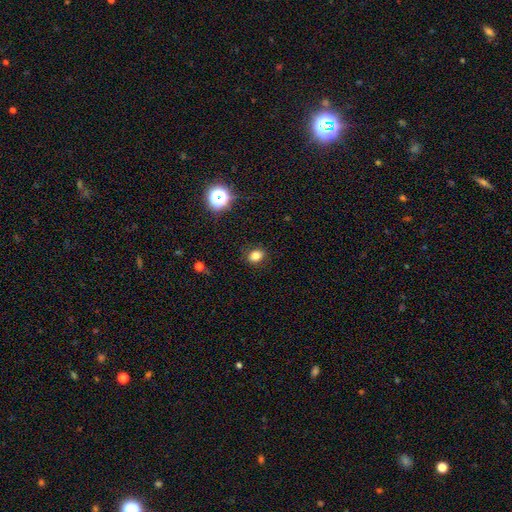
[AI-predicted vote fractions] smooth-or-featured: smooth: 80% | star or artifact: 14% | featured or disk: 6%
  how-rounded: round: 50% | in between: 49% | cigar-shaped: 1%
  merging: none: 86% | minor disturbance: 10% | major disturbance: 3% | merger: 1%